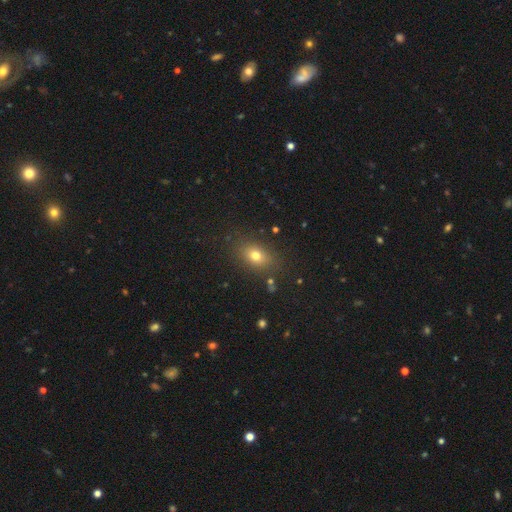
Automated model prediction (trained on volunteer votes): Smooth or featured?
  - smooth: 75% *
  - star or artifact: 14%
  - featured or disk: 11%
How rounded?
  - in between: 72% *
  - round: 26%
  - cigar-shaped: 2%
Merging?
  - none: 83% *
  - minor disturbance: 11%
  - major disturbance: 4%
  - merger: 2%